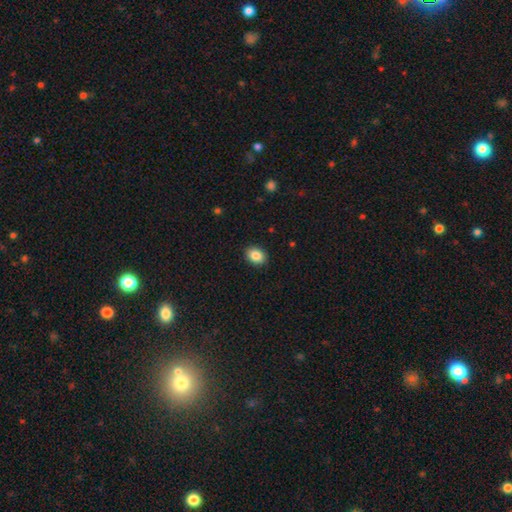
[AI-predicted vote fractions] This appears to be a smooth galaxy with no disk features (87%) that is in between round and cigar-shaped (66%). Merging: none (90%).